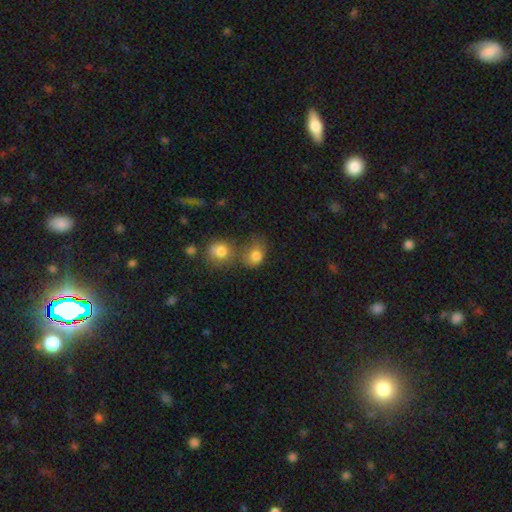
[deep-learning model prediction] The model was most divided on "merging": none: 40%, merger: 38%, minor disturbance: 15%, major disturbance: 8%. More confident: smooth or featured — smooth (80%); how rounded — round (52%).